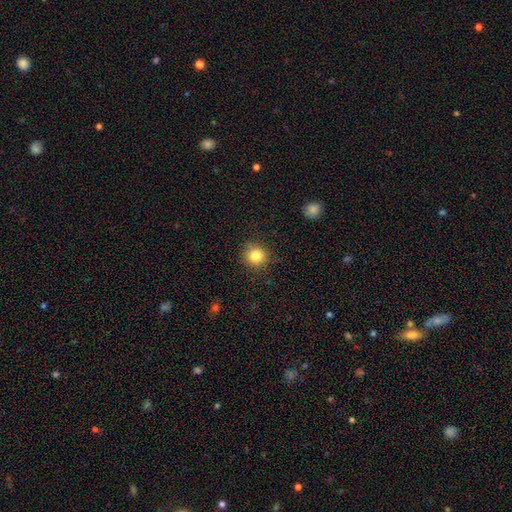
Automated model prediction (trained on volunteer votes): Smooth or featured? smooth (83%)
How rounded? round (91%)
Merging? none (89%)